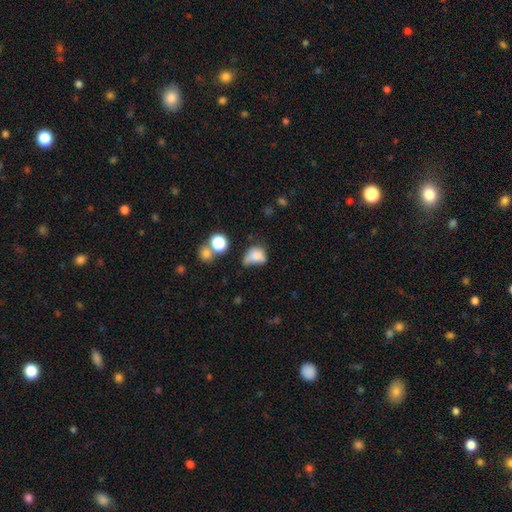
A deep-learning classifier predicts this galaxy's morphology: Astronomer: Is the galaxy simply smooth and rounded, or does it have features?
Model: smooth — 73%.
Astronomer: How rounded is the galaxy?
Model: in between — 57% (runner-up: round, 41%).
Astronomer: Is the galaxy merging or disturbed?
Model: minor disturbance — 33% (runner-up: major disturbance, 27%).